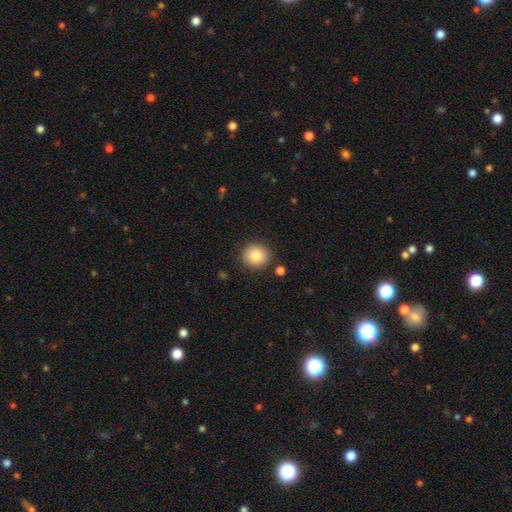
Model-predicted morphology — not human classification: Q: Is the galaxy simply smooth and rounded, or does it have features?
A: smooth — 85%.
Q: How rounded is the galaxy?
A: round — 86%.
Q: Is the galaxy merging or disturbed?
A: none — 88%.